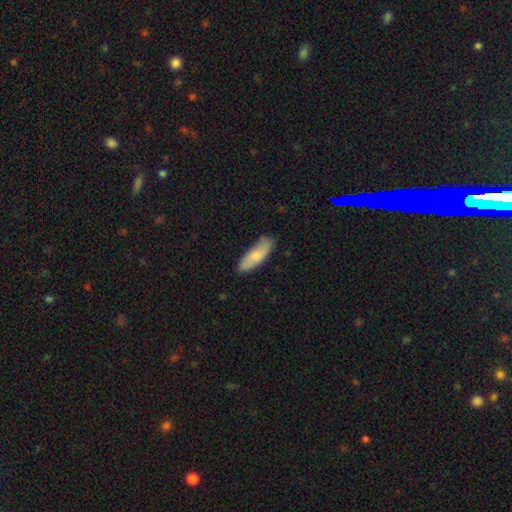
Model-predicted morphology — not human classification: smooth 77%, featured or disk 18%, star or artifact 5%. Down the decision tree: how rounded — in between (55%); merging — none (83%).